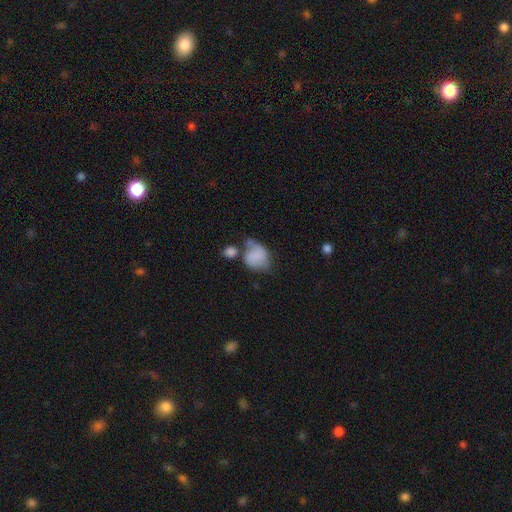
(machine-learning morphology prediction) Smooth or featured?
  - smooth: 73% *
  - featured or disk: 18%
  - star or artifact: 9%
How rounded?
  - in between: 50% *
  - round: 49%
  - cigar-shaped: 1%
Merging?
  - none: 27% *
  - merger: 26%
  - minor disturbance: 26%
  - major disturbance: 21%